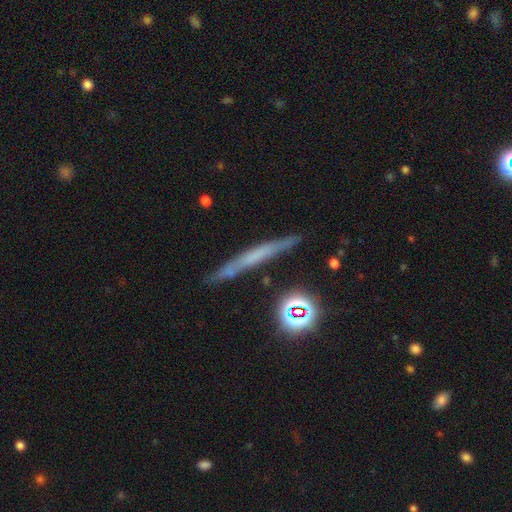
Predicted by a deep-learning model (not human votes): A featured or disk galaxy (46%). Merging: none (82%).